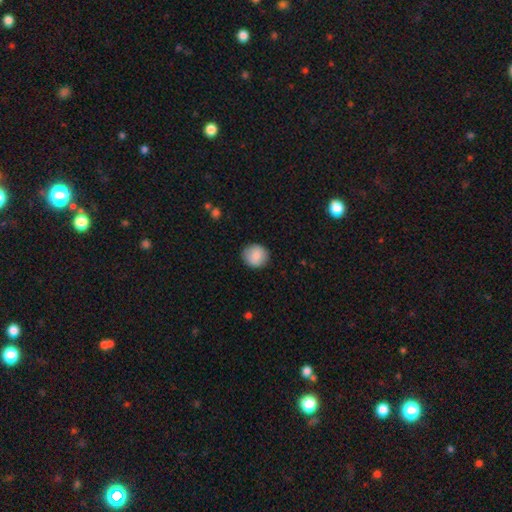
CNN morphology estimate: Smooth or featured? Predicted: smooth (p=0.87). How rounded? Predicted: round (p=0.89). Merging? Predicted: none (p=0.89).